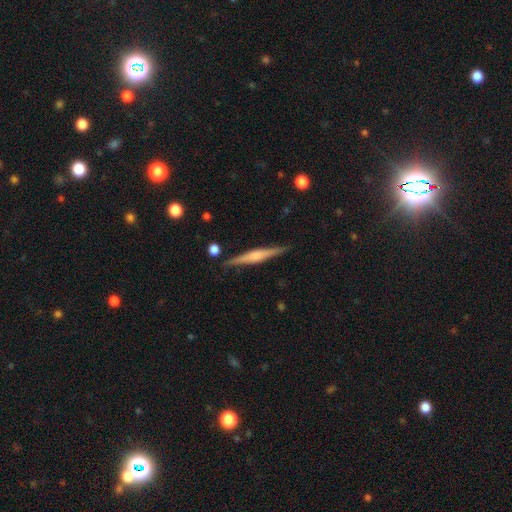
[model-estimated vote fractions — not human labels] A featured or disk galaxy (67%) viewed edge-on (98%) with a rounded central bulge (65%).

Vote fractions:
- Smooth or featured? featured or disk: 67% / smooth: 27% / star or artifact: 6%
- Edge-on disk? yes: 98% / no: 2%
- Edge-on bulge? rounded: 65% / boxy: 22% / none: 13%
- Merging? none: 89% / minor disturbance: 8% / major disturbance: 2% / merger: 2%